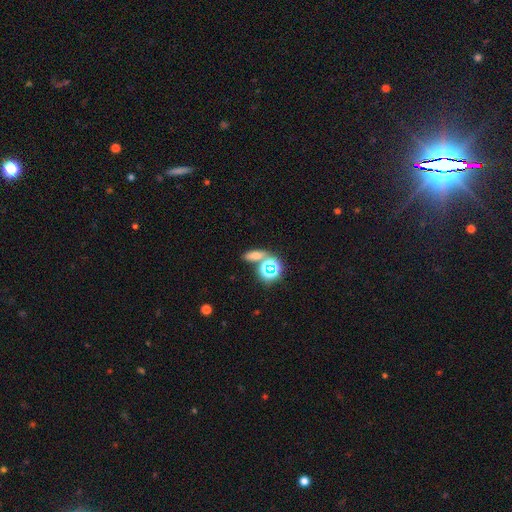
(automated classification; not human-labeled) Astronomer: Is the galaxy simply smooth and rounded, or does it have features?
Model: smooth — 56%.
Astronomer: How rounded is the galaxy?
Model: in between — 63%.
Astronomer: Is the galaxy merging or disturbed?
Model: none — 63%.